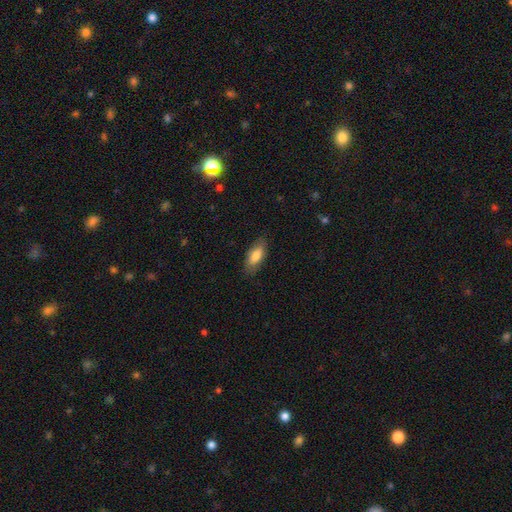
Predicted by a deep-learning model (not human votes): This appears to be a smooth galaxy with no disk features (79%) that is in between round and cigar-shaped (83%). Merging: none (82%).